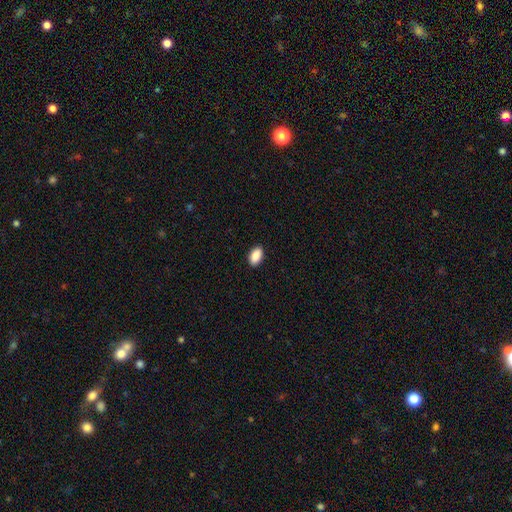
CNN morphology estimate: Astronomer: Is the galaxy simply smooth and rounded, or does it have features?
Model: smooth — 90%.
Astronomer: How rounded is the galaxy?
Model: in between — 92%.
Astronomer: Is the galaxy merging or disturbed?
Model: none — 90%.